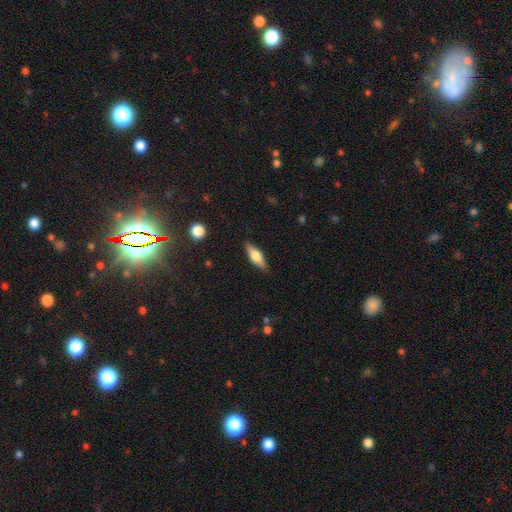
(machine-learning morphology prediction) smooth_or_featured: smooth (p=0.52) [alt: featured or disk p=0.41]
how_rounded: in between (p=0.50) [alt: cigar-shaped p=0.47]
merging: none (p=0.86) [alt: minor disturbance p=0.10]